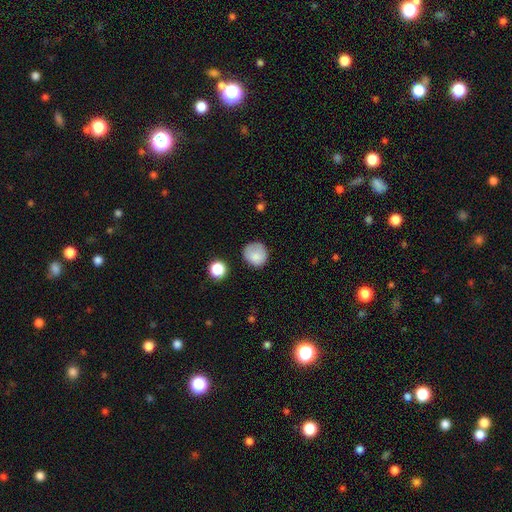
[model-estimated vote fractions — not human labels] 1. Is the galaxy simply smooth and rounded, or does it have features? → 83% smooth, 9% star or artifact, 8% featured or disk.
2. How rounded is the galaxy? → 86% round, 13% in between, 1% cigar-shaped.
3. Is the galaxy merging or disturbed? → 72% none, 20% minor disturbance, 6% major disturbance, 2% merger.